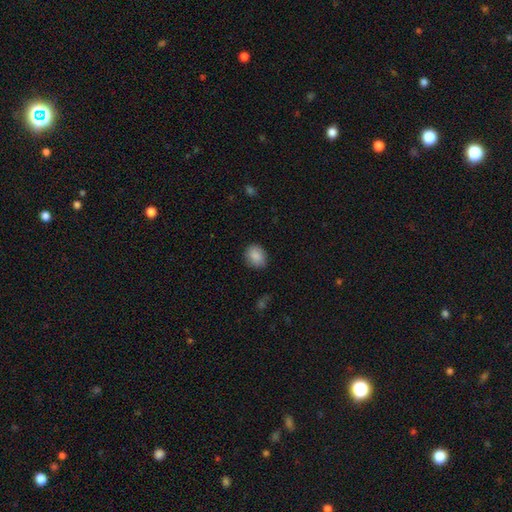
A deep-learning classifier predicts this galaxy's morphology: Q: Smooth or featured?
A: smooth (87%); runner-up: star or artifact (8%)
Q: How rounded?
A: round (59%); runner-up: in between (40%)
Q: Merging?
A: none (85%); runner-up: minor disturbance (11%)